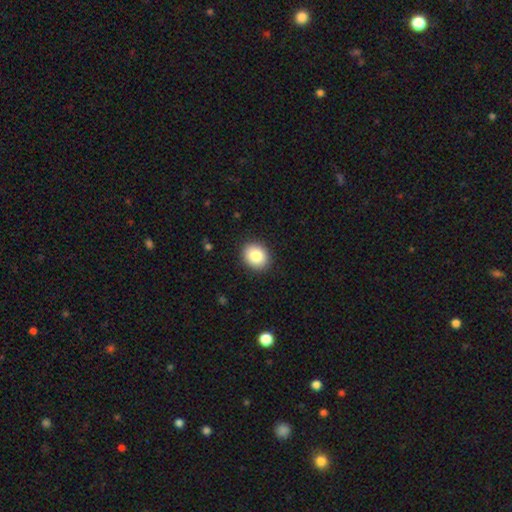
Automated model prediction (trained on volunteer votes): smooth 85%, star or artifact 8%, featured or disk 7%. Down the decision tree: how rounded — round (59%); merging — none (90%).